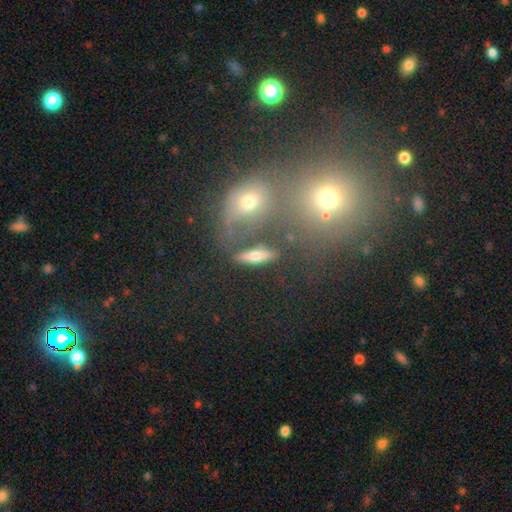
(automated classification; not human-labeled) smooth-or-featured: smooth: 53% | featured or disk: 34% | star or artifact: 13%
  how-rounded: cigar-shaped: 51% | in between: 38% | round: 11%
  merging: none: 66% | minor disturbance: 14% | merger: 12% | major disturbance: 8%